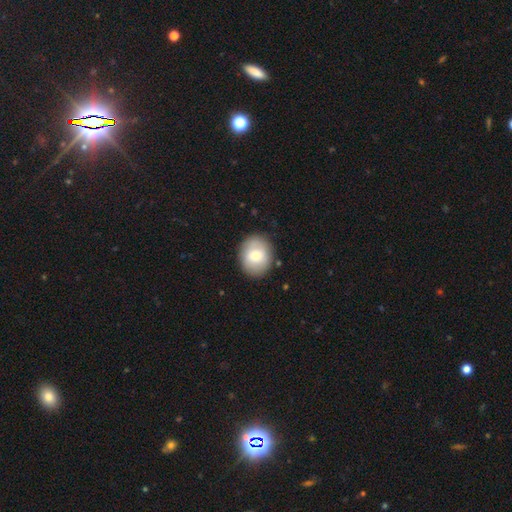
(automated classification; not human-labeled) smooth-or-featured: smooth: 69% | featured or disk: 23% | star or artifact: 7%
  how-rounded: round: 64% | in between: 35% | cigar-shaped: 1%
  merging: none: 86% | minor disturbance: 10% | major disturbance: 3% | merger: 1%